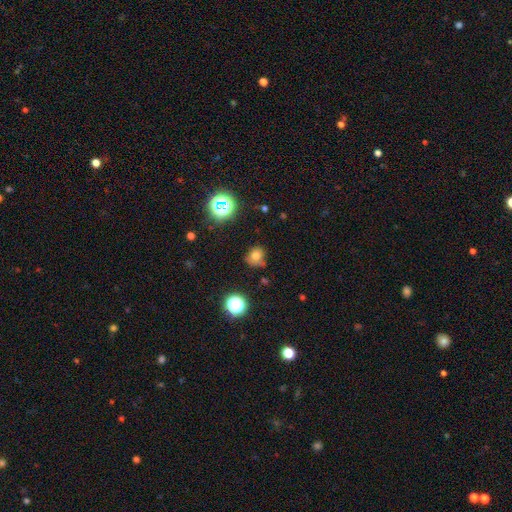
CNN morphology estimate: smooth-or-featured: smooth: 71% | star or artifact: 20% | featured or disk: 10%
  how-rounded: round: 75% | in between: 24% | cigar-shaped: 1%
  merging: none: 60% | minor disturbance: 26% | major disturbance: 8% | merger: 6%